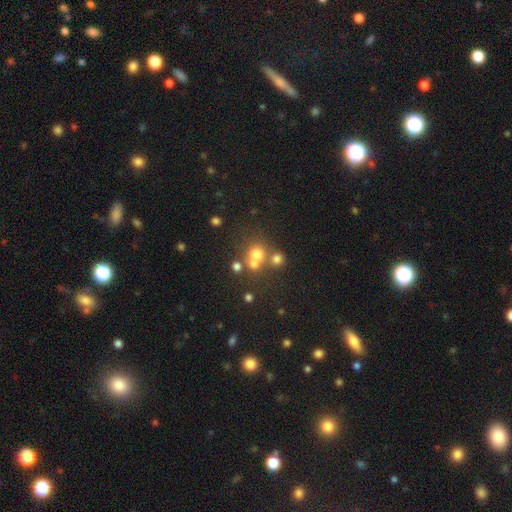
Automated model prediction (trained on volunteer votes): Q: Smooth or featured?
A: smooth (66%); runner-up: star or artifact (19%)
Q: How rounded?
A: round (86%); runner-up: in between (13%)
Q: Merging?
A: none (50%); runner-up: merger (38%)